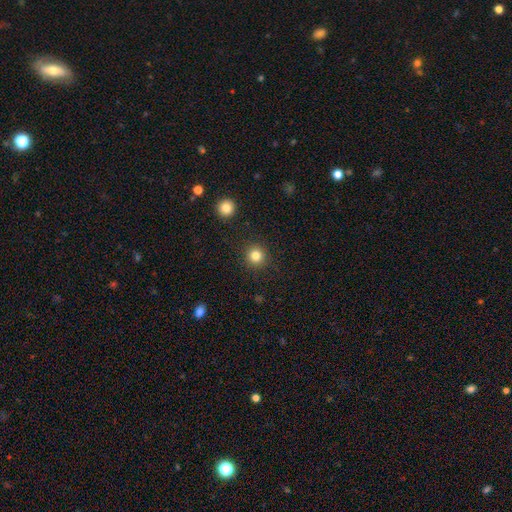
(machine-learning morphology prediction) This is clearly a smooth galaxy (81%). How rounded: clearly round (95%). Merging: clearly none (91%).